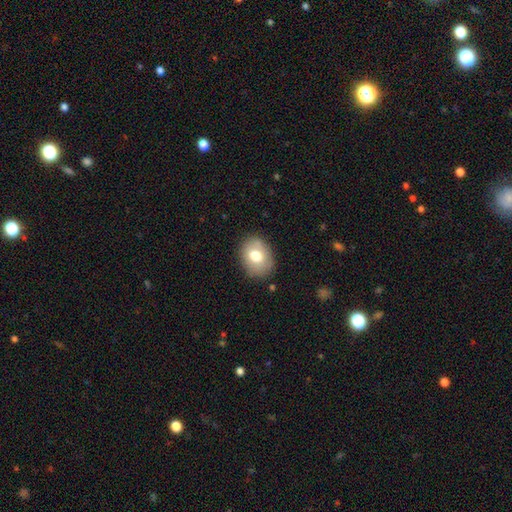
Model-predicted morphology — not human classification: The model was most divided on "how rounded": in between: 59%, round: 40%, cigar-shaped: 1%. More confident: merging — none (79%); smooth or featured — smooth (72%).